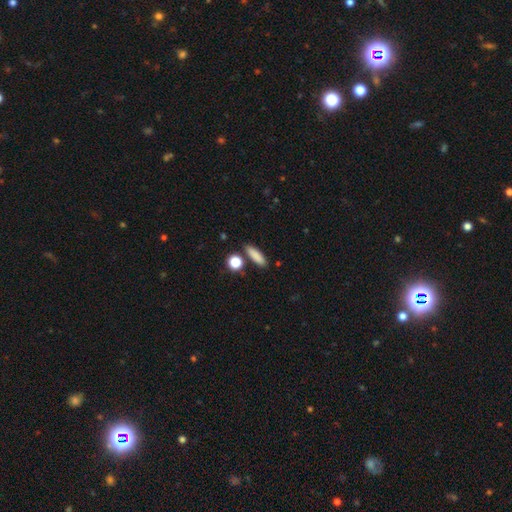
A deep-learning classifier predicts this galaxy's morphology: The model was most divided on "how rounded": cigar-shaped: 56%, in between: 36%, round: 8%. More confident: smooth or featured — smooth (85%); merging — none (82%).